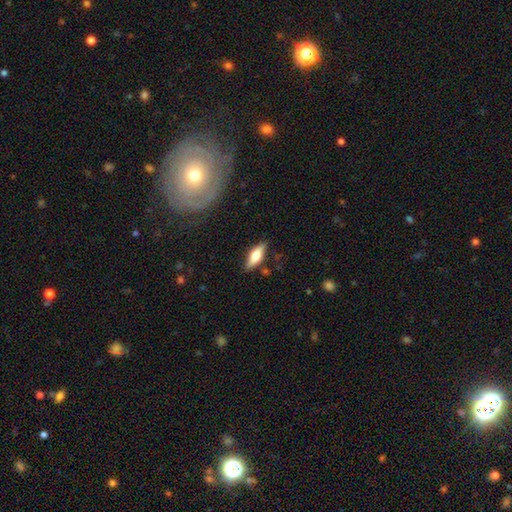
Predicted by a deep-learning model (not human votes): Smooth or featured? Predicted: smooth (p=0.53). How rounded? Predicted: in between (p=0.59). Merging? Predicted: none (p=0.79).